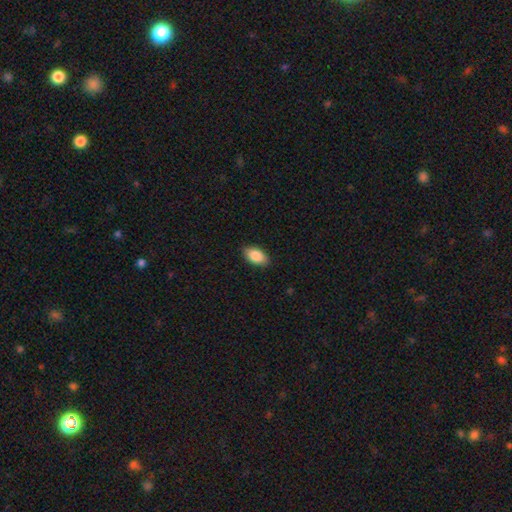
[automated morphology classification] Smooth or featured? smooth (87%)
How rounded? in between (94%)
Merging? none (88%)